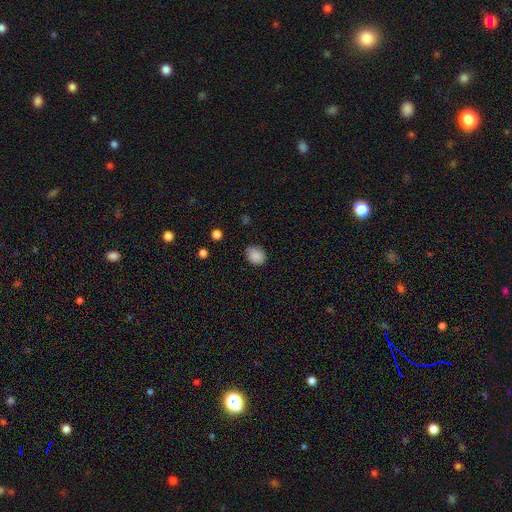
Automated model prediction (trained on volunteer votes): Overall: smooth (88%). How rounded: in between (51%; round 48%). Merging: none (81%).